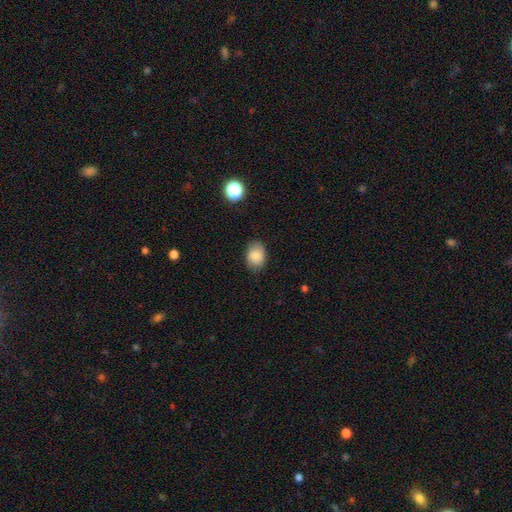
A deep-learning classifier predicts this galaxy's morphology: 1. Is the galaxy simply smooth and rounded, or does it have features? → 81% smooth, 10% featured or disk, 9% star or artifact.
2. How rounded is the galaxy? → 74% in between, 25% round, 1% cigar-shaped.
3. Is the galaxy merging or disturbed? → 79% none, 16% minor disturbance, 3% major disturbance, 1% merger.